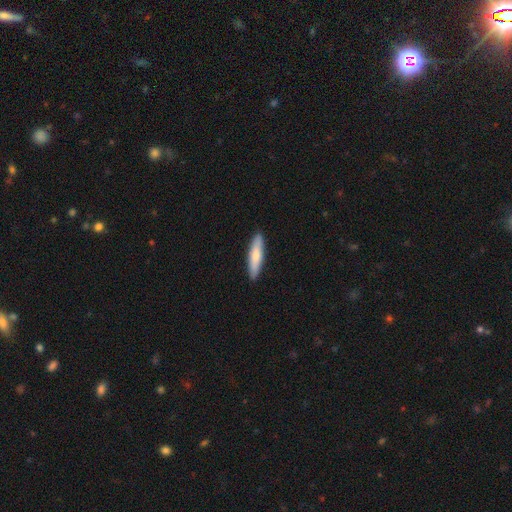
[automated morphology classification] Q: Smooth or featured?
A: smooth (74%); runner-up: featured or disk (21%)
Q: How rounded?
A: cigar-shaped (78%); runner-up: in between (20%)
Q: Merging?
A: none (90%); runner-up: minor disturbance (7%)